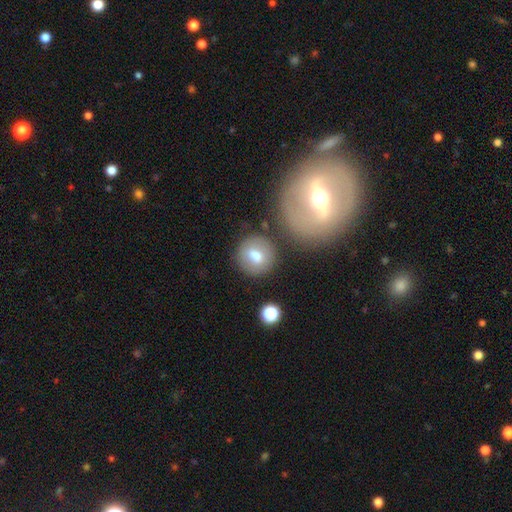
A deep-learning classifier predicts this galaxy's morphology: This appears to be a smooth galaxy with no disk features (71%) that is round (89%). Merging: none (78%).